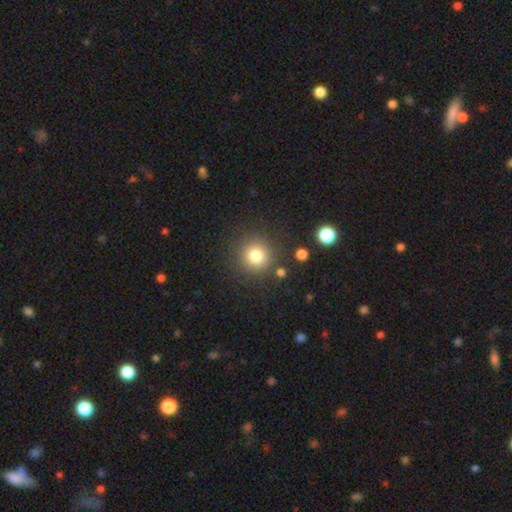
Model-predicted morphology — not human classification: A smooth galaxy with no disk features (79%) that is round (94%). Merging: none (86%).